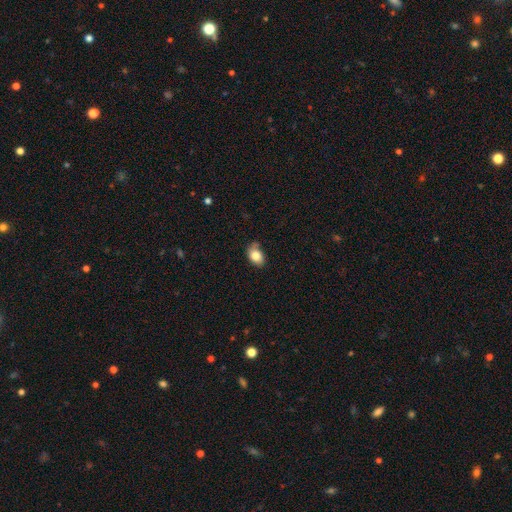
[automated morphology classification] This appears to be a smooth galaxy with no disk features (81%) that is in between round and cigar-shaped (82%). Merging: none (62%).